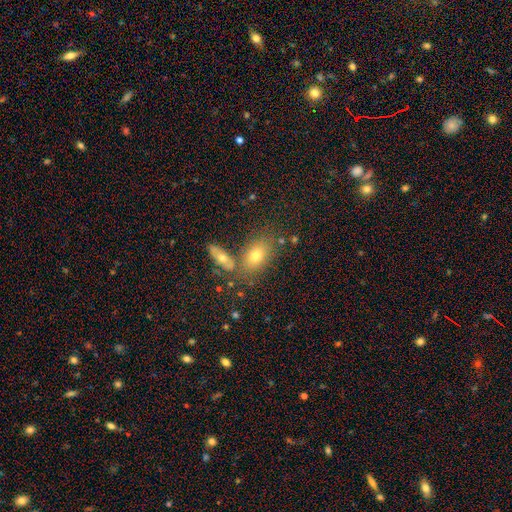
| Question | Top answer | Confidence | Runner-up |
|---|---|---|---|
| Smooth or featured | smooth | 74% | featured or disk (18%) |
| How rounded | in between | 82% | round (14%) |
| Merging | none | 66% | merger (17%) |